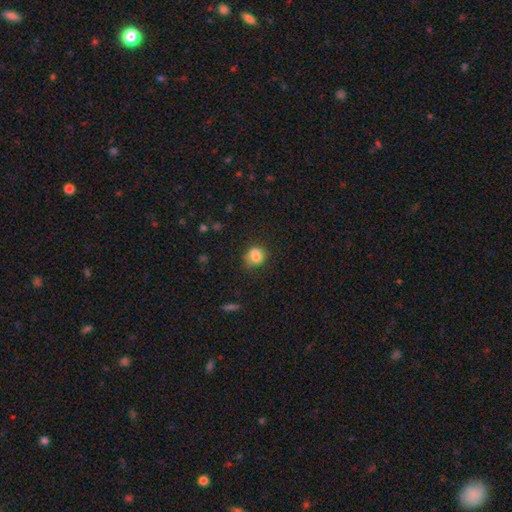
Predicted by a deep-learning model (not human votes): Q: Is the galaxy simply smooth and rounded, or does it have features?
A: smooth — 81%.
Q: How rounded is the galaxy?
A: round — 65%.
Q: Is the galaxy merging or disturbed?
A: none — 63%.